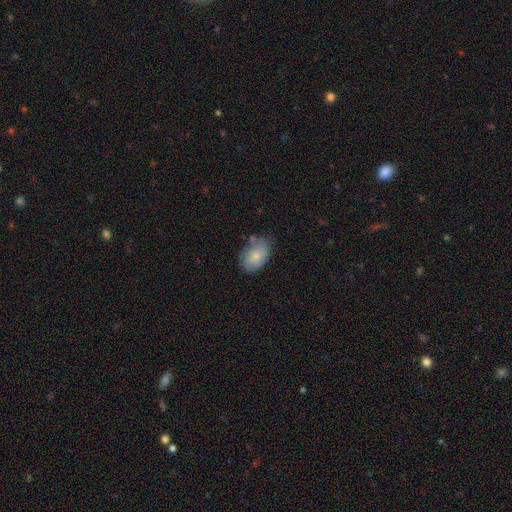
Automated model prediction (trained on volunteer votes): This is likely a smooth galaxy (74%). How rounded: clearly in between (84%). Merging: likely none (62%).